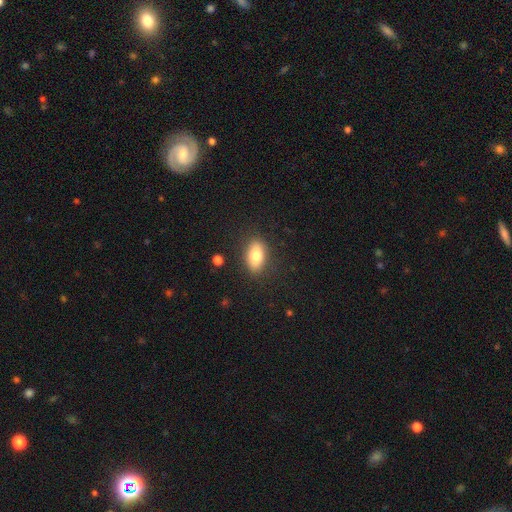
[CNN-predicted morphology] Overall: smooth (77%). How rounded: in between (86%). Merging: none (85%).